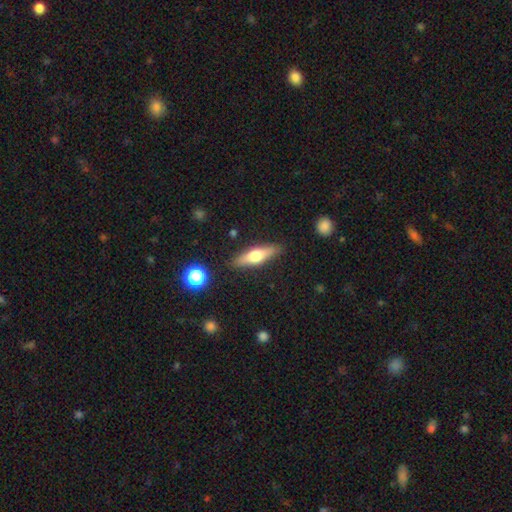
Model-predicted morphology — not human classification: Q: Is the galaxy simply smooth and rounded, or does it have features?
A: smooth — 50%.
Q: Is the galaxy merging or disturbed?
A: none — 87%.